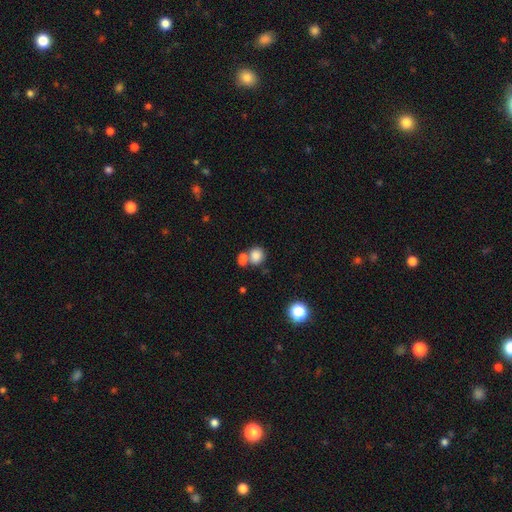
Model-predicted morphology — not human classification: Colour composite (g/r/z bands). It shows a smooth galaxy with no disk features (81%) that is round (69%). Merging: merger (43%, tied with none).